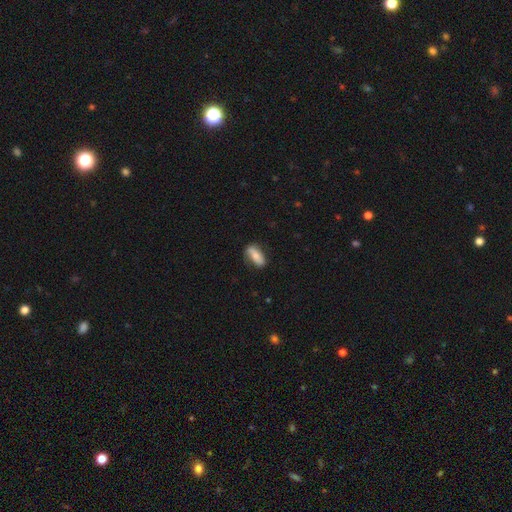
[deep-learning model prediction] Morphology: type=smooth (66%); roundness=in between (78%); merging=none (74%).